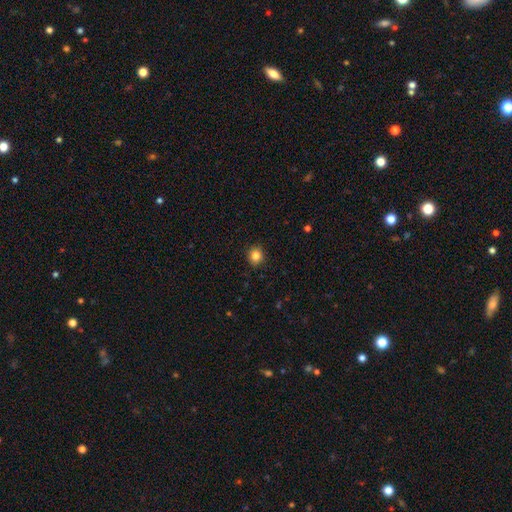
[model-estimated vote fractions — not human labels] This is clearly a smooth galaxy (84%). How rounded: likely round (79%). Merging: clearly none (90%).